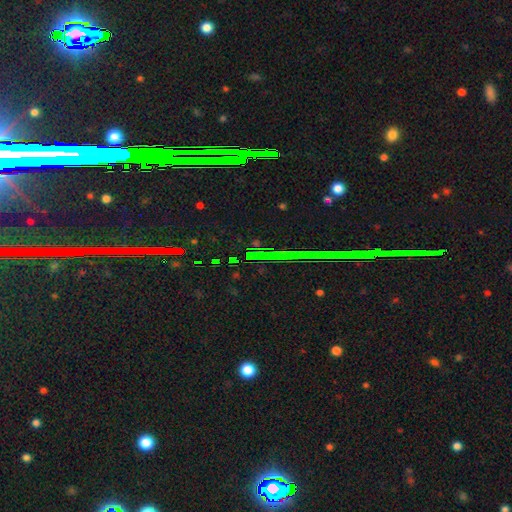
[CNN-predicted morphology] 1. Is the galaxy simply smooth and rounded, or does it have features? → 84% star or artifact, 9% featured or disk, 7% smooth.